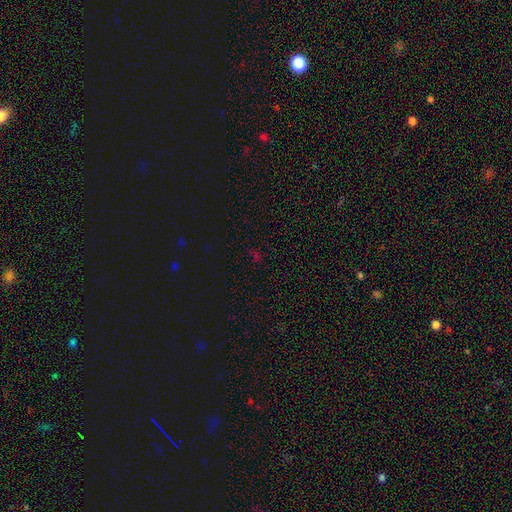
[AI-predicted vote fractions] A star or artifact, not a galaxy (68%).

Vote fractions:
- Smooth or featured? star or artifact: 68% / smooth: 25% / featured or disk: 7%